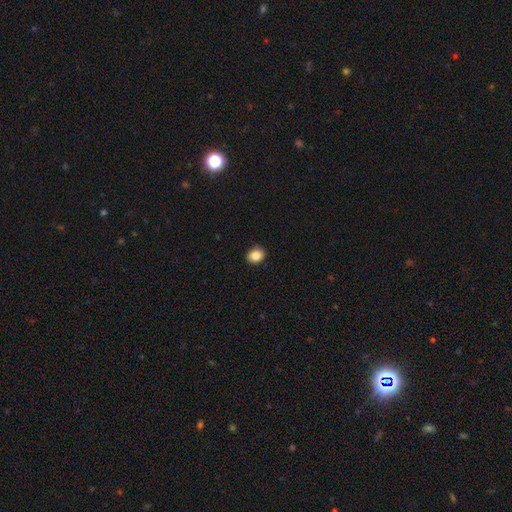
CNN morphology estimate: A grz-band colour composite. It shows a smooth galaxy with no disk features (86%) that is round (59%). Merging: none (89%).